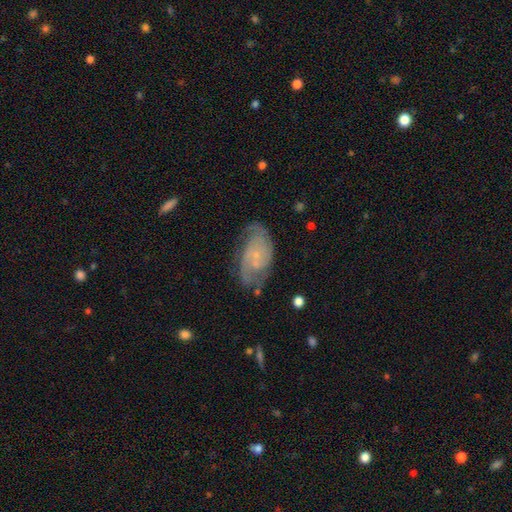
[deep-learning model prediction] The model was most divided on "spiral winding": medium: 43%, tight: 38%, loose: 19%. More confident: edge-on disk — no (97%); spiral arms — yes (93%); bulge size — small (80%); smooth or featured — featured or disk (79%); bar — no (70%); spiral arm count — 2 (66%); merging — none (62%).